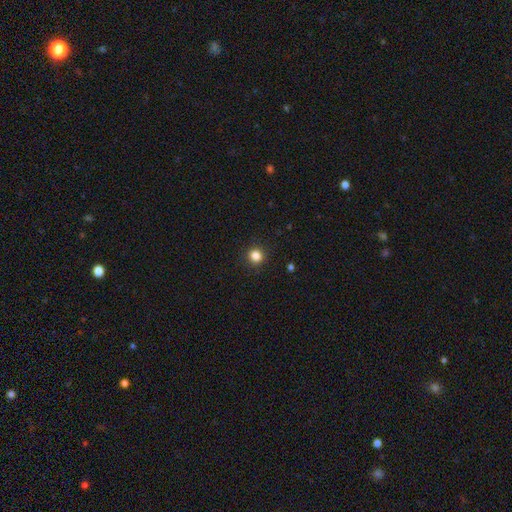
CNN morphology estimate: A smooth galaxy with no disk features (84%) that is round (92%).

Vote fractions:
- Smooth or featured? smooth: 84% / star or artifact: 12% / featured or disk: 4%
- How rounded? round: 92% / in between: 7% / cigar-shaped: 1%
- Merging? none: 92% / minor disturbance: 5% / major disturbance: 2% / merger: 1%